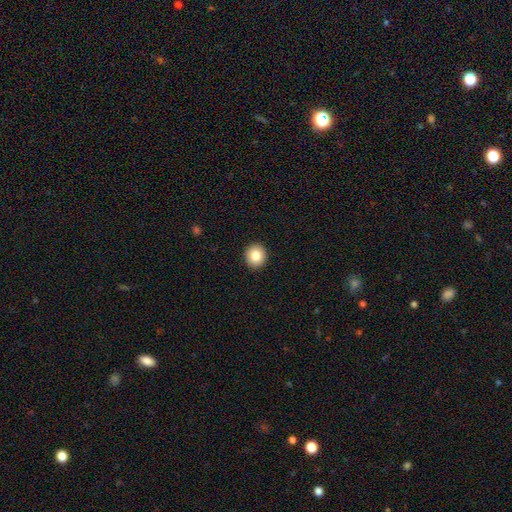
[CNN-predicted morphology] Smooth or featured? smooth (84%)
How rounded? round (87%)
Merging? none (93%)